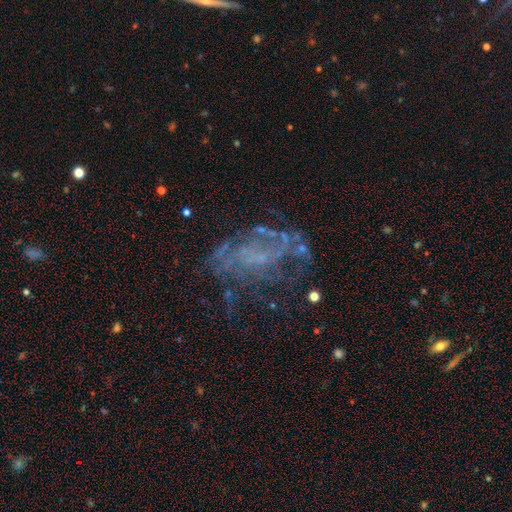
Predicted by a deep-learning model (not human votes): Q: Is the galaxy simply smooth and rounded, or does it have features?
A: featured or disk — 64%.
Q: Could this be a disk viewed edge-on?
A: no — 95%.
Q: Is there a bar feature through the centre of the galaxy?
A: no — 71%.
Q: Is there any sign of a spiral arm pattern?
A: yes — 52%.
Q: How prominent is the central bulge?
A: none — 58%.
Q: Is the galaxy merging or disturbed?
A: none — 53%.